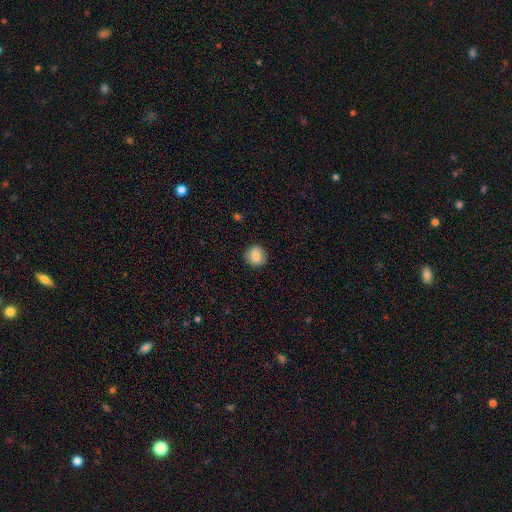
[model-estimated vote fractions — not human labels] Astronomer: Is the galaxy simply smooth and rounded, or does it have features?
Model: smooth — 82%.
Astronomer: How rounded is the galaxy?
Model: round — 87%.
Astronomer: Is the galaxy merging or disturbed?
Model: none — 88%.